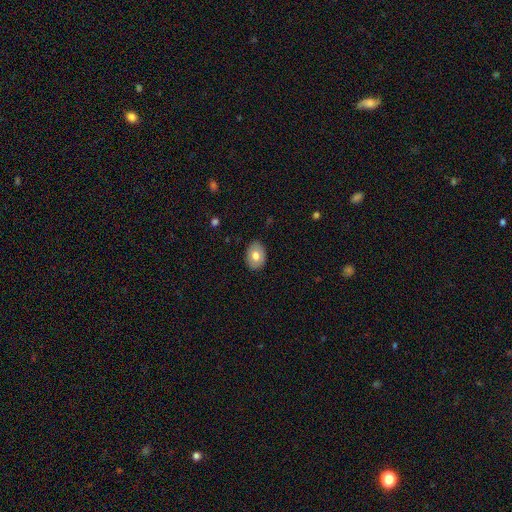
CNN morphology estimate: smooth-or-featured: smooth: 70% | featured or disk: 23% | star or artifact: 7%
  how-rounded: in between: 76% | round: 23% | cigar-shaped: 1%
  merging: none: 85% | minor disturbance: 11% | major disturbance: 2% | merger: 1%